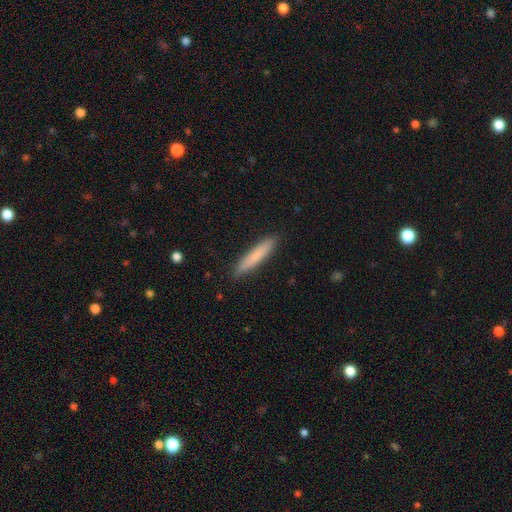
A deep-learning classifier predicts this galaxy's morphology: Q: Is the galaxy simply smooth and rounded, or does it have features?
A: smooth — 79%.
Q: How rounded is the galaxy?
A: cigar-shaped — 91%.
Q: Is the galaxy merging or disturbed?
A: none — 89%.